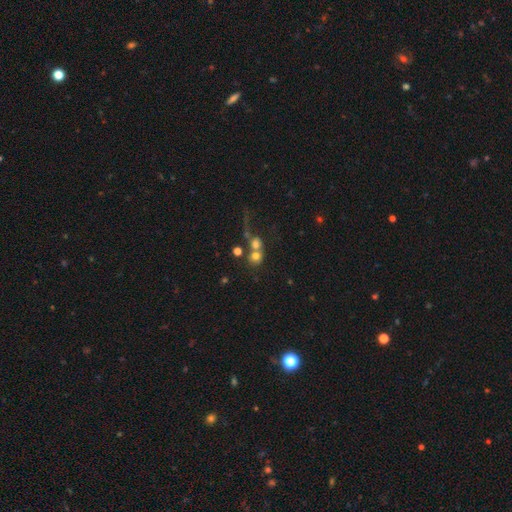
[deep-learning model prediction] smooth-or-featured: smooth: 66% | featured or disk: 18% | star or artifact: 15%
  how-rounded: round: 81% | in between: 18% | cigar-shaped: 1%
  merging: merger: 55% | none: 30% | major disturbance: 9% | minor disturbance: 6%